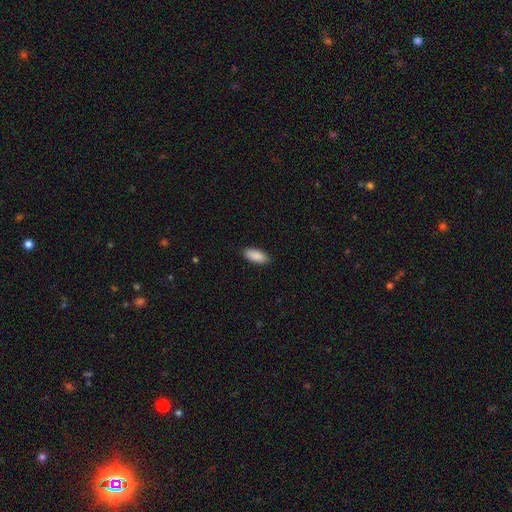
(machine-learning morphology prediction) smooth-or-featured: smooth: 90% | star or artifact: 6% | featured or disk: 4%
  how-rounded: in between: 86% | cigar-shaped: 12% | round: 2%
  merging: none: 88% | minor disturbance: 9% | major disturbance: 2% | merger: 1%